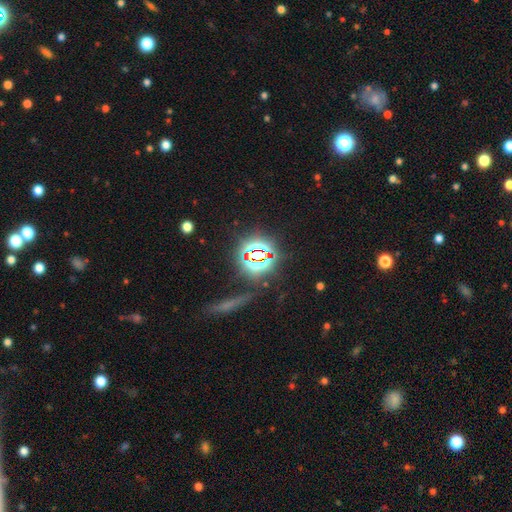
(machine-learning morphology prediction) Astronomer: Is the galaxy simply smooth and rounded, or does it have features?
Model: star or artifact — 76%.